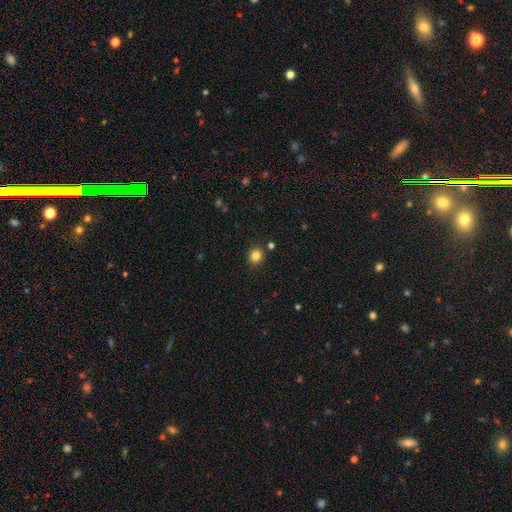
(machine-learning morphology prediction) Smooth or featured: smooth — 83% (star or artifact — 13%)
How rounded: round — 84% (in between — 15%)
Merging: none — 87% (minor disturbance — 7%)